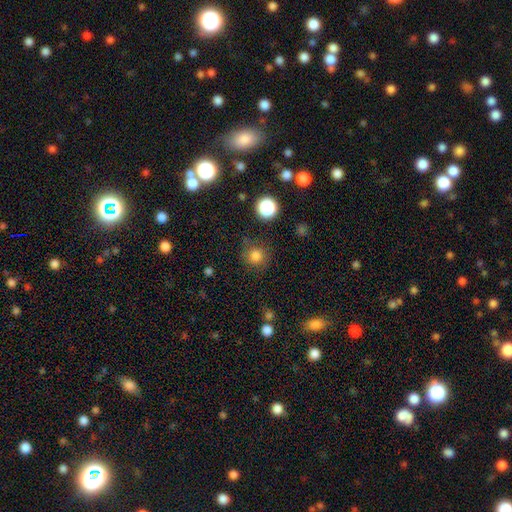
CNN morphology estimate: A smooth galaxy with no disk features (80%) that is round (91%). Merging: none (79%).